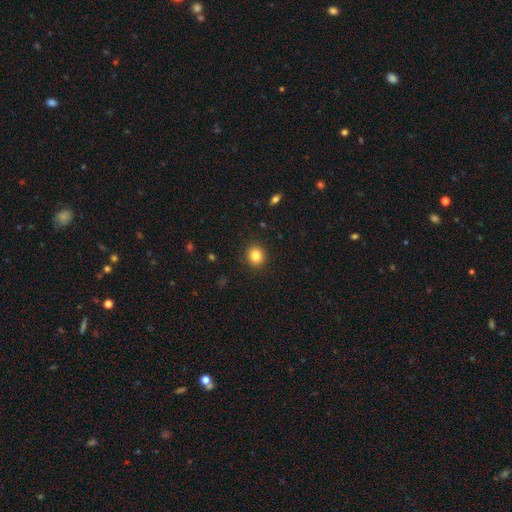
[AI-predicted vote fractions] The model was most divided on "smooth or featured": smooth: 84%, star or artifact: 10%, featured or disk: 6%. More confident: merging — none (91%); how rounded — round (87%).